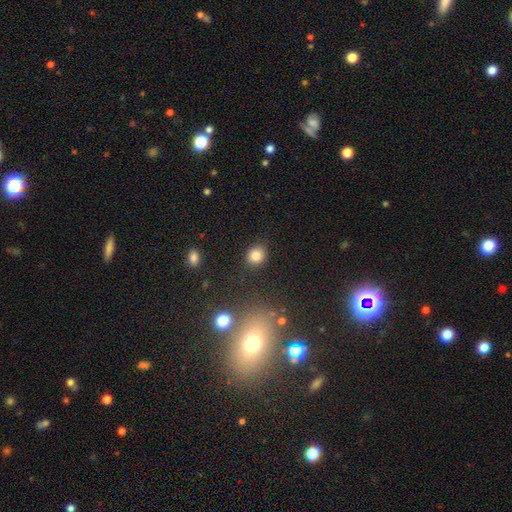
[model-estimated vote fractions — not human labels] Smooth or featured? Predicted: smooth (p=0.83). How rounded? Predicted: round (p=0.69). Merging? Predicted: none (p=0.86).